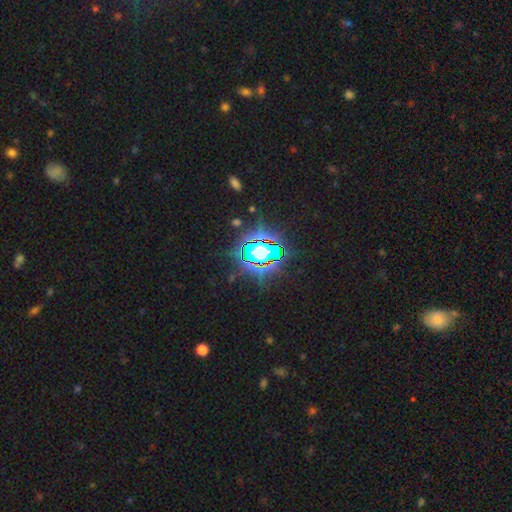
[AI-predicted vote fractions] A star or artifact, not a galaxy (74%).

Vote fractions:
- Smooth or featured? star or artifact: 74% / smooth: 15% / featured or disk: 11%